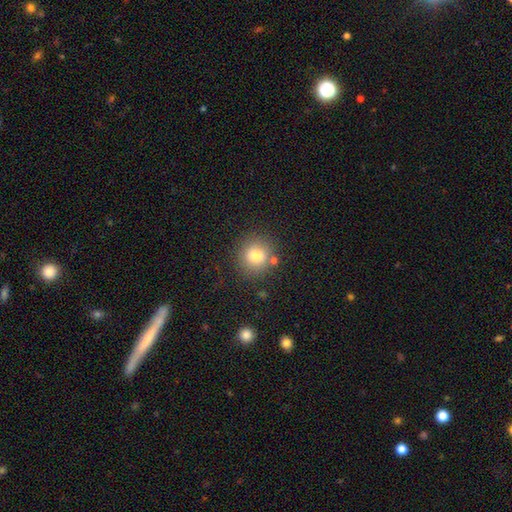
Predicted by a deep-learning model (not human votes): Smooth or featured? smooth (78%)
How rounded? round (87%)
Merging? none (80%)